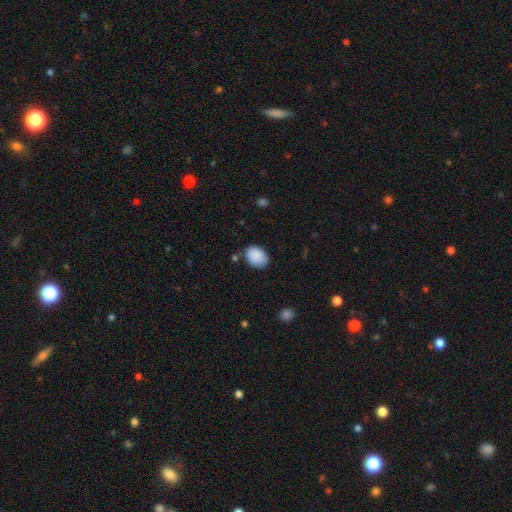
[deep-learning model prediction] Q: Smooth or featured?
A: smooth (88%); runner-up: star or artifact (7%)
Q: How rounded?
A: in between (67%); runner-up: round (32%)
Q: Merging?
A: none (72%); runner-up: minor disturbance (20%)